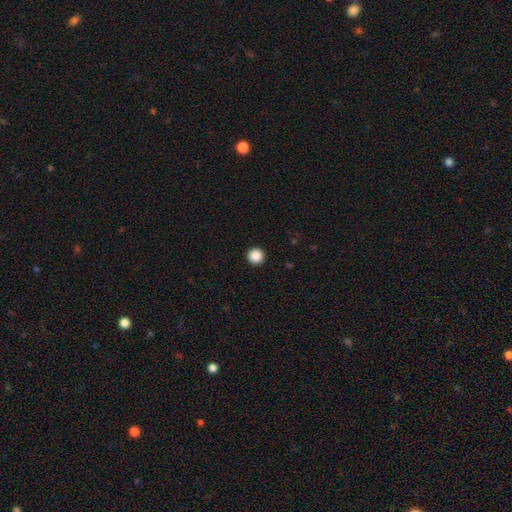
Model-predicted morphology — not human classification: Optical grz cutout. It shows a smooth galaxy with no disk features (88%) that is round (96%). Merging: none (94%).